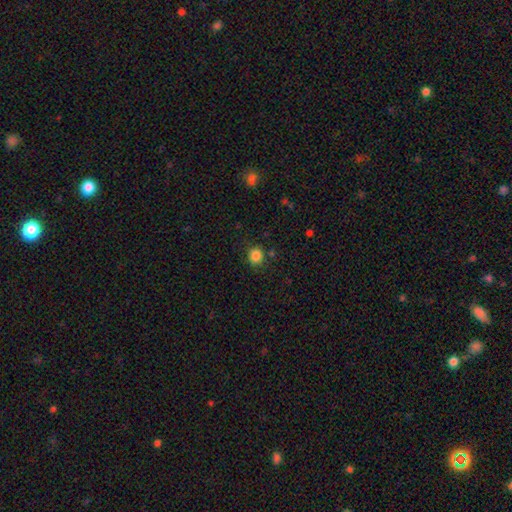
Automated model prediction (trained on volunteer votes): Smooth or featured: smooth — 85% (star or artifact — 12%)
How rounded: round — 77% (in between — 22%)
Merging: none — 83% (minor disturbance — 11%)